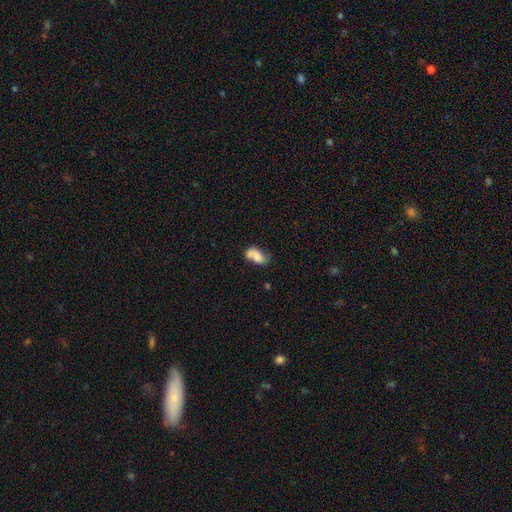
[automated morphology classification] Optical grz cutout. It shows a smooth galaxy with no disk features (66%) that is in between round and cigar-shaped (88%). Merging: none (41%).